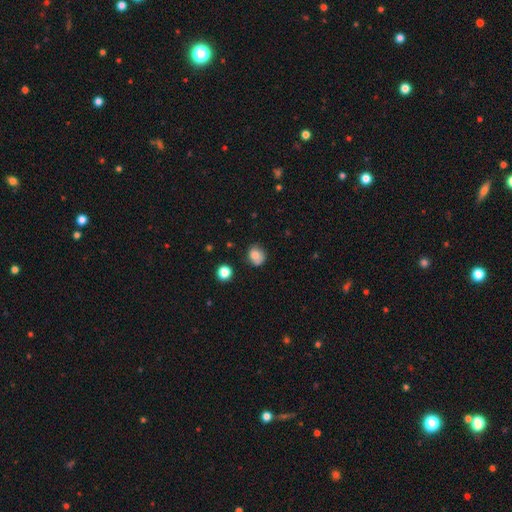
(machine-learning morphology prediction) Smooth or featured?
  - smooth: 75% *
  - featured or disk: 14%
  - star or artifact: 11%
How rounded?
  - round: 66% *
  - in between: 34%
  - cigar-shaped: 1%
Merging?
  - none: 61% *
  - minor disturbance: 24%
  - merger: 8%
  - major disturbance: 7%